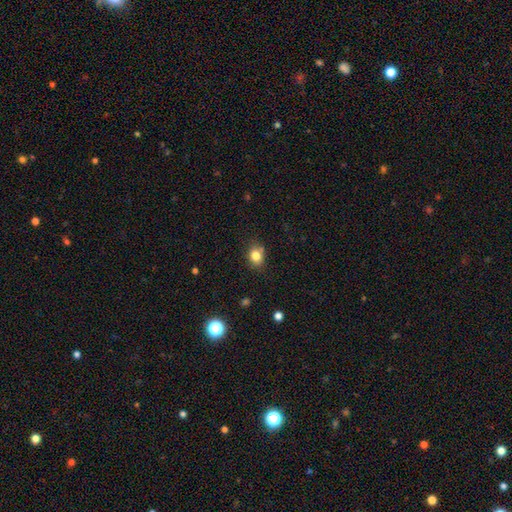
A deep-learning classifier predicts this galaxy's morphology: Q: Smooth or featured?
A: smooth (81%); runner-up: star or artifact (11%)
Q: How rounded?
A: round (53%); runner-up: in between (46%)
Q: Merging?
A: none (76%); runner-up: minor disturbance (15%)